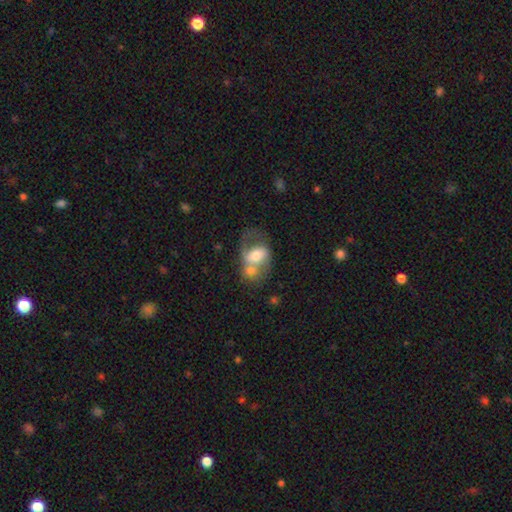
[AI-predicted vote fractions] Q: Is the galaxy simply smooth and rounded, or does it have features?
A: featured or disk — 47%.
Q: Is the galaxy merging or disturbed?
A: merger — 58%.